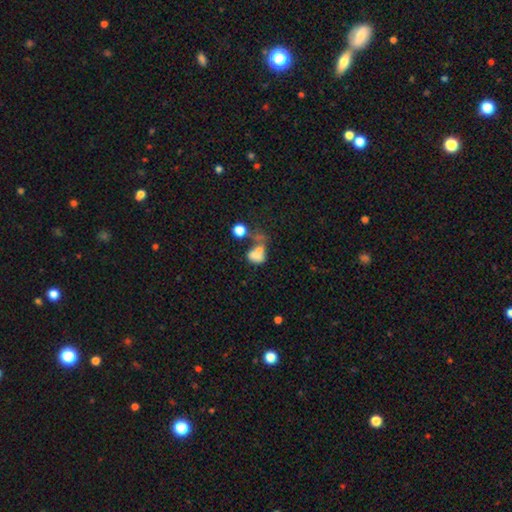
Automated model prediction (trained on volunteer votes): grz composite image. It shows a smooth galaxy with no disk features (62%) that is in between round and cigar-shaped (67%). Merging: merger (49%).